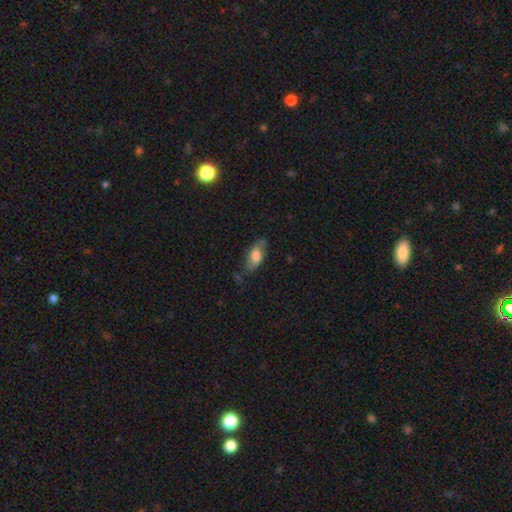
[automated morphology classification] smooth-or-featured: smooth: 67% | featured or disk: 26% | star or artifact: 7%
  how-rounded: in between: 82% | cigar-shaped: 14% | round: 4%
  merging: none: 64% | minor disturbance: 25% | major disturbance: 8% | merger: 3%